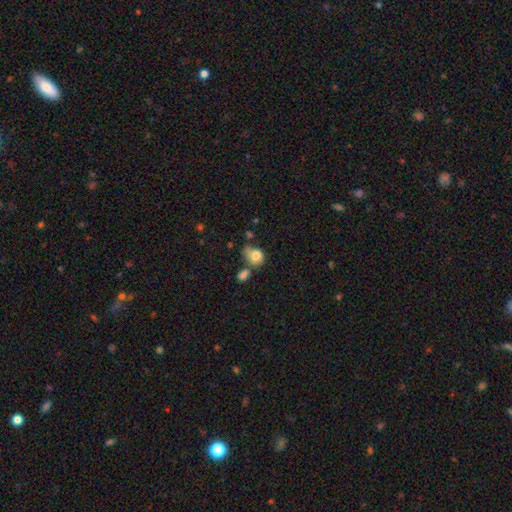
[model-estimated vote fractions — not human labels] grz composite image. It shows a smooth galaxy with no disk features (80%) that is in between round and cigar-shaped (55%). Merging: none (32%).